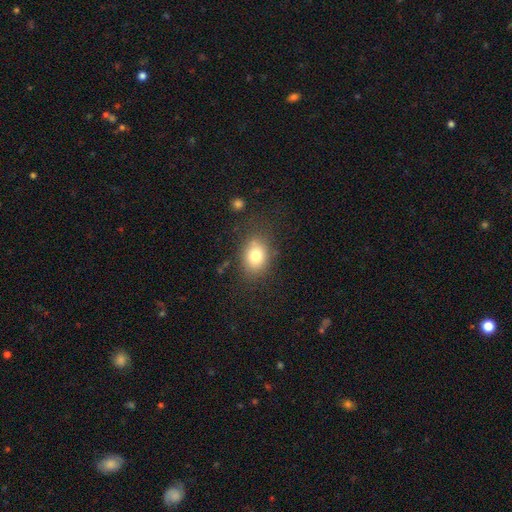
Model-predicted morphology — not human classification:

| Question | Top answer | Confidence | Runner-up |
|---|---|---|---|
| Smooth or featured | smooth | 78% | featured or disk (12%) |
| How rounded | in between | 61% | round (38%) |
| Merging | none | 76% | minor disturbance (15%) |